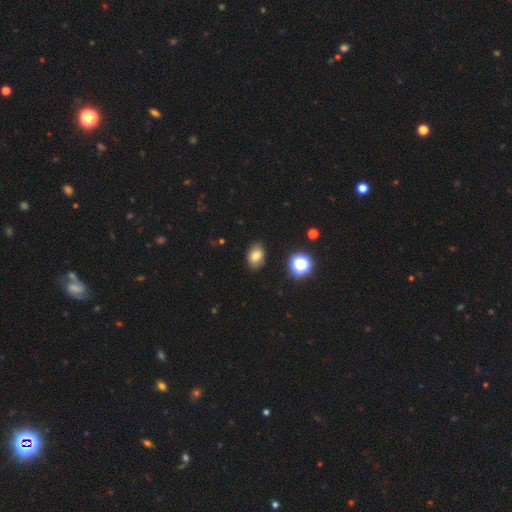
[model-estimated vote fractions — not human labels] Smooth or featured: smooth — 79% (star or artifact — 12%)
How rounded: in between — 81% (round — 17%)
Merging: none — 86% (minor disturbance — 10%)